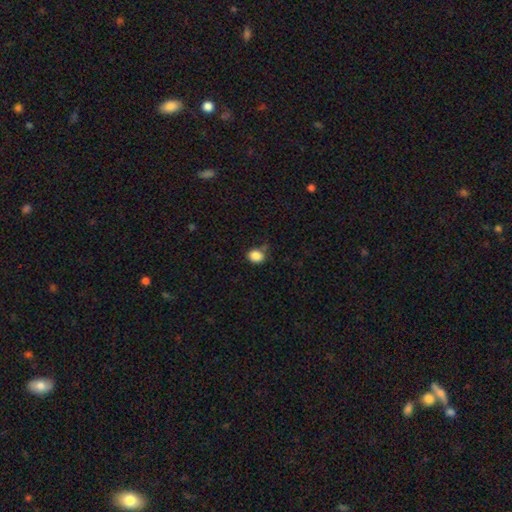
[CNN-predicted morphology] smooth-or-featured: smooth: 86% | star or artifact: 10% | featured or disk: 4%
  how-rounded: round: 59% | in between: 40% | cigar-shaped: 1%
  merging: none: 67% | minor disturbance: 22% | major disturbance: 5% | merger: 5%